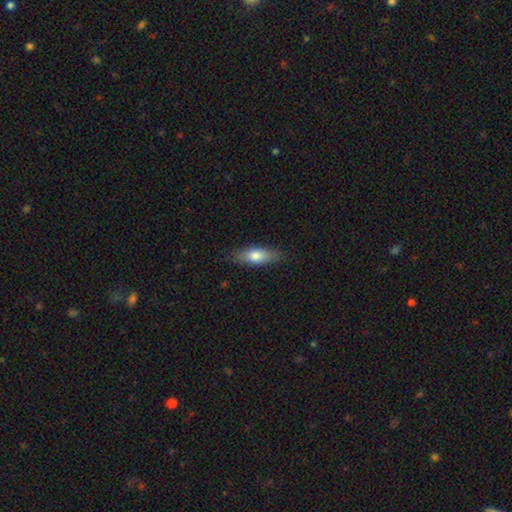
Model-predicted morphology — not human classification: Smooth or featured: smooth — 74% (featured or disk — 20%)
How rounded: in between — 67% (cigar-shaped — 30%)
Merging: none — 84% (minor disturbance — 12%)